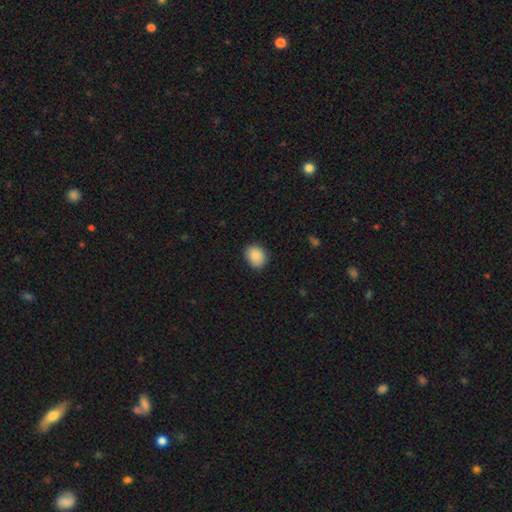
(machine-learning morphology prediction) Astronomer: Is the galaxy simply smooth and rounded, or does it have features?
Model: smooth — 88%.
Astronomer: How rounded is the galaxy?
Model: round — 52% (runner-up: in between, 47%).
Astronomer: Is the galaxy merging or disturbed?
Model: none — 87%.